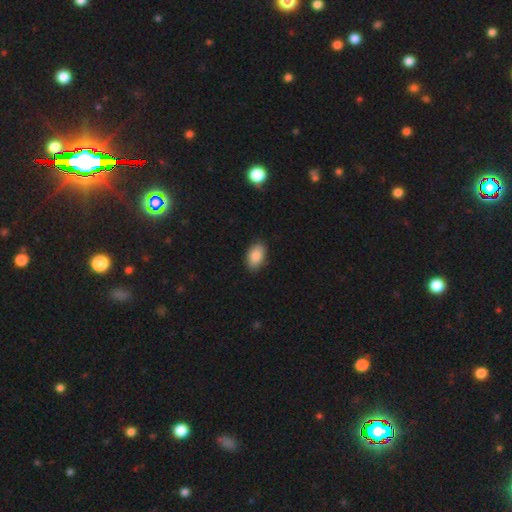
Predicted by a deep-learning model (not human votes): A smooth galaxy with no disk features (87%) that is in between round and cigar-shaped (92%). Merging: none (86%).